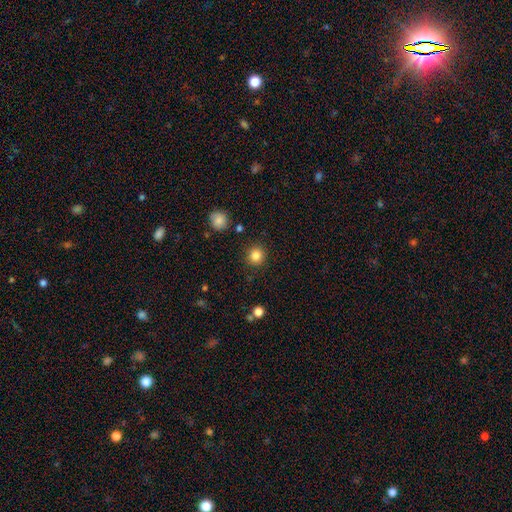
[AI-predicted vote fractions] This is clearly a smooth galaxy (84%). How rounded: clearly round (92%). Merging: clearly none (90%).